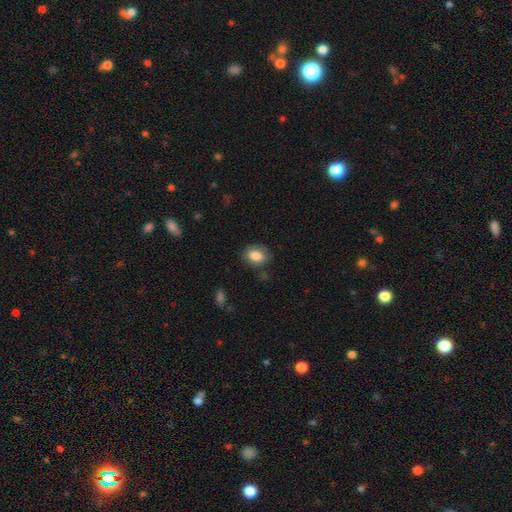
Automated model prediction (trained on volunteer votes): Morphology: type=smooth (82%); roundness=in between (76%); merging=none (77%).